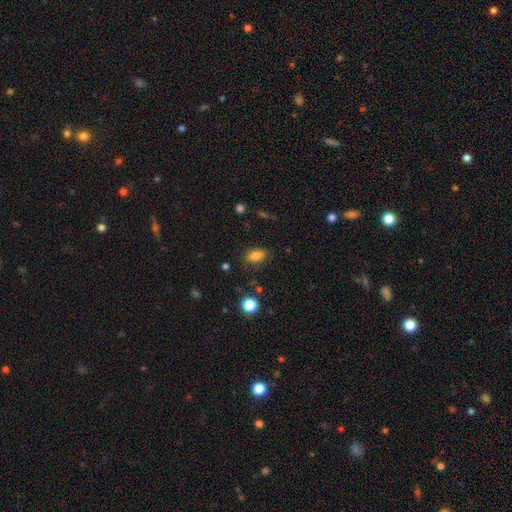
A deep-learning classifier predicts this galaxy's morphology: Smooth or featured? Predicted: smooth (p=0.80). How rounded? Predicted: in between (p=0.84). Merging? Predicted: none (p=0.81).